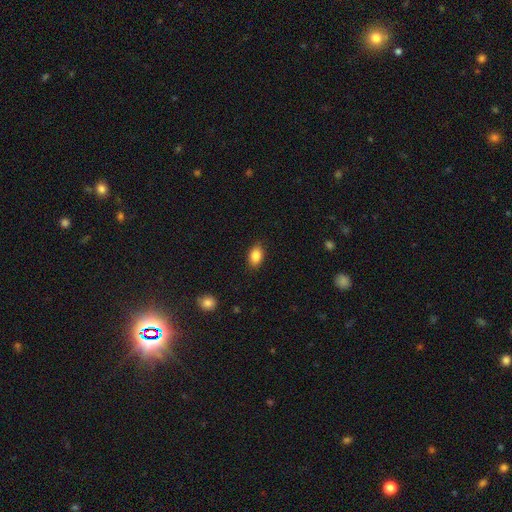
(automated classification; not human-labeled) smooth-or-featured: smooth: 86% | star or artifact: 8% | featured or disk: 6%
  how-rounded: in between: 85% | round: 13% | cigar-shaped: 2%
  merging: none: 87% | minor disturbance: 10% | major disturbance: 2% | merger: 1%